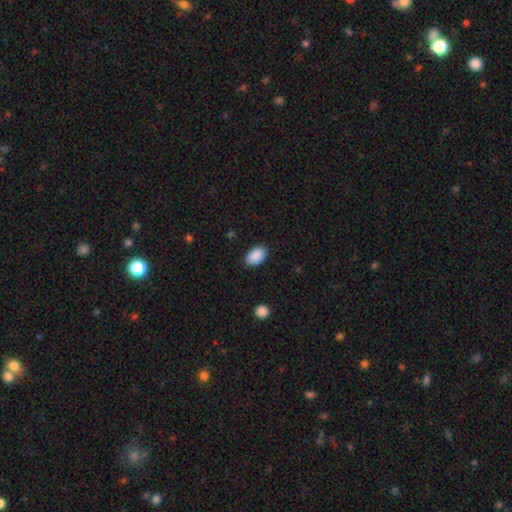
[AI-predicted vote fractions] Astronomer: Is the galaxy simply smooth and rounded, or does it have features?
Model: smooth — 90%.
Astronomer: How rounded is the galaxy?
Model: in between — 92%.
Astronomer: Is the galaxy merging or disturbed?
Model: none — 88%.